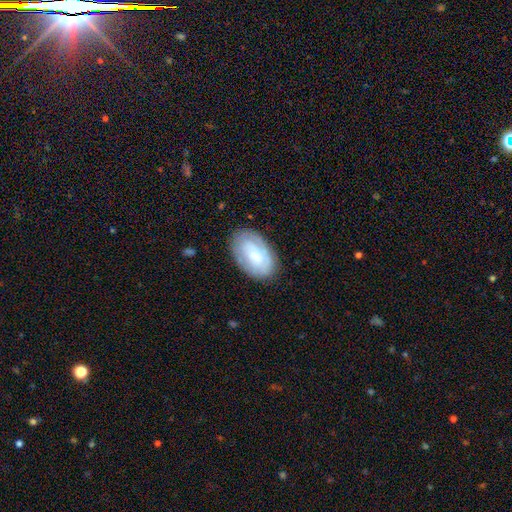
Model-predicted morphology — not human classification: smooth 54%, featured or disk 39%, star or artifact 7%. Down the decision tree: how rounded — in between (89%); merging — none (79%).